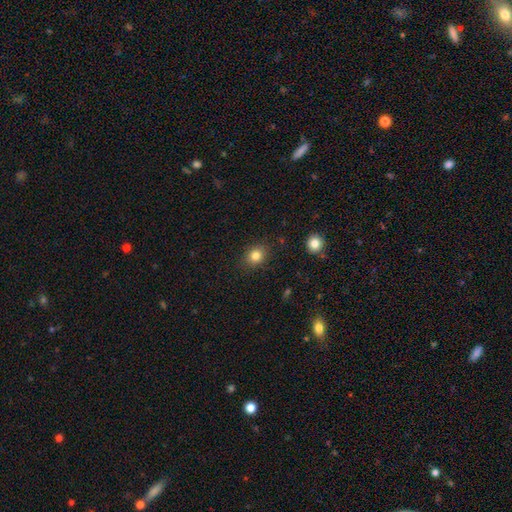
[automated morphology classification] A smooth galaxy with no disk features (82%) that is round (55%).

Vote fractions:
- Smooth or featured? smooth: 82% / star or artifact: 11% / featured or disk: 7%
- How rounded? round: 55% / in between: 44% / cigar-shaped: 1%
- Merging? none: 86% / minor disturbance: 10% / major disturbance: 3% / merger: 1%